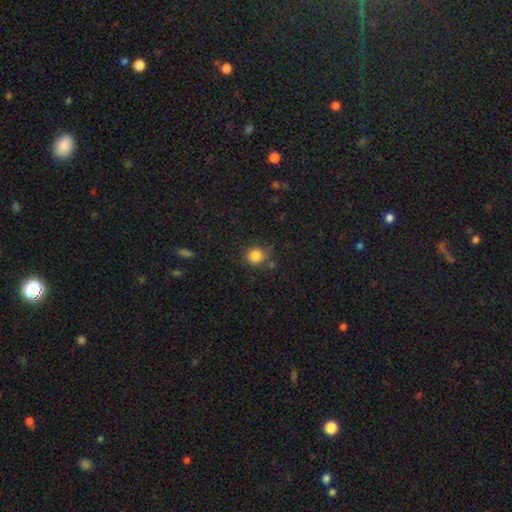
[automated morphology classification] smooth-or-featured: smooth: 84% | star or artifact: 11% | featured or disk: 5%
  how-rounded: round: 88% | in between: 11% | cigar-shaped: 1%
  merging: none: 75% | minor disturbance: 15% | merger: 6% | major disturbance: 4%